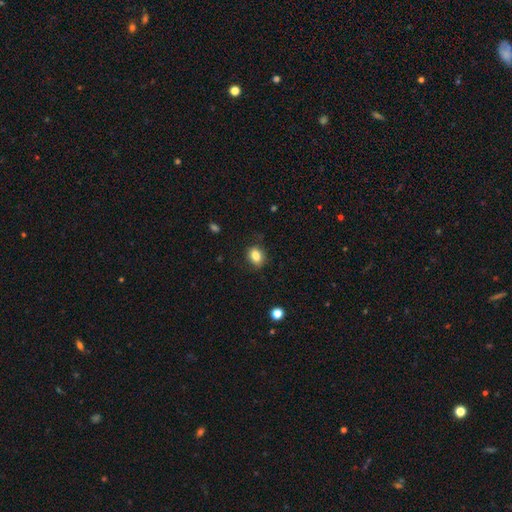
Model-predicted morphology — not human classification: Smooth or featured? smooth (83%)
How rounded? in between (67%)
Merging? none (82%)